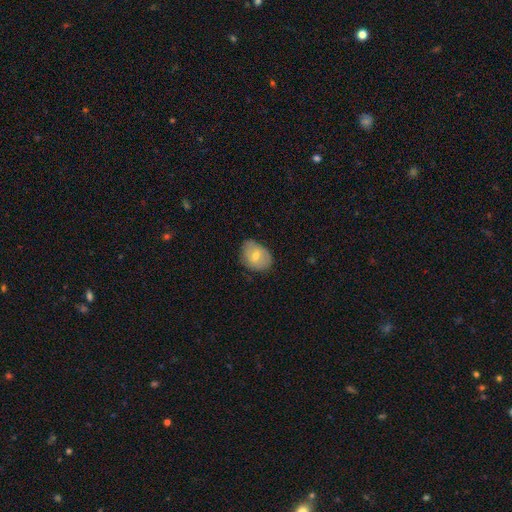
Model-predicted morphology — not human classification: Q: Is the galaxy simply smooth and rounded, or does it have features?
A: smooth — 56%.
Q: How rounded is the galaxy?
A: in between — 60%.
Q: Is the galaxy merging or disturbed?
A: none — 68%.